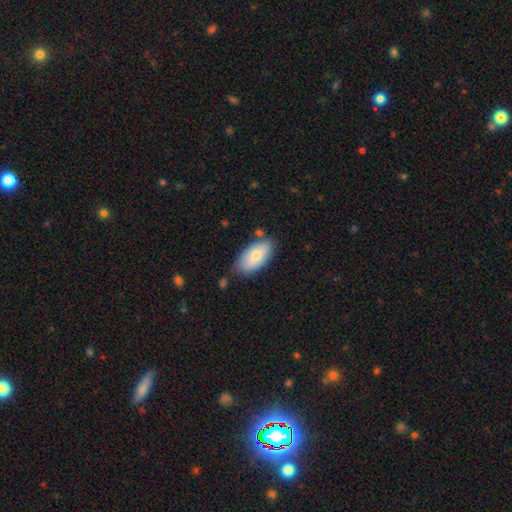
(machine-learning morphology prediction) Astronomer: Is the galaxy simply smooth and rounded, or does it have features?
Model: smooth — 74%.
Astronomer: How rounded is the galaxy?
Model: in between — 93%.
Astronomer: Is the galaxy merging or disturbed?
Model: none — 74%.